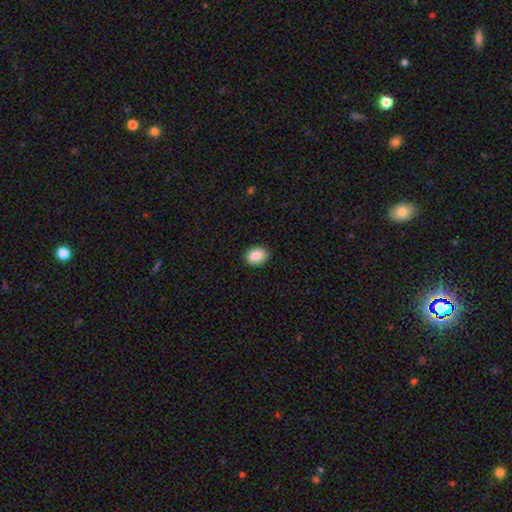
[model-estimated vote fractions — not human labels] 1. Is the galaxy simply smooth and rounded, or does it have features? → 87% smooth, 8% star or artifact, 5% featured or disk.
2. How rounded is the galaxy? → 59% in between, 40% round, 1% cigar-shaped.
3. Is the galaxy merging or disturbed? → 86% none, 11% minor disturbance, 2% major disturbance, 1% merger.